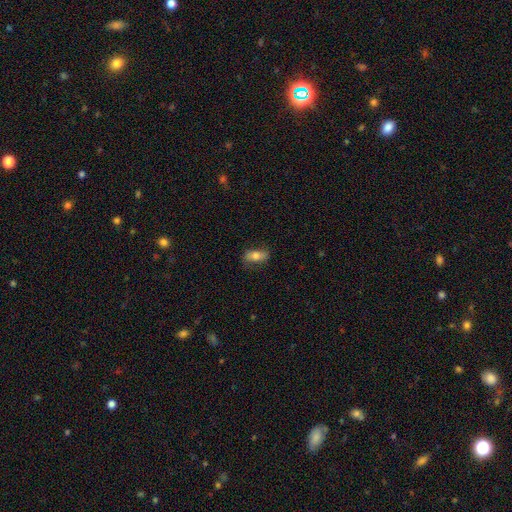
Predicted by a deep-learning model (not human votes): This appears to be a smooth galaxy with no disk features (69%) that is in between round and cigar-shaped (83%). Merging: none (76%).